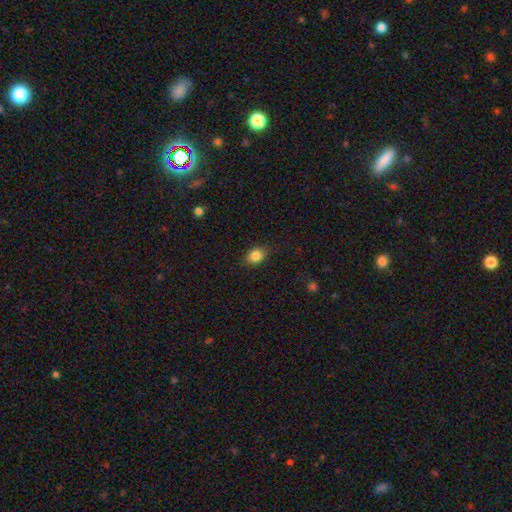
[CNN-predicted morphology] Smooth or featured?
  - smooth: 85% *
  - star or artifact: 9%
  - featured or disk: 5%
How rounded?
  - in between: 62% *
  - round: 37%
  - cigar-shaped: 1%
Merging?
  - none: 82% *
  - minor disturbance: 14%
  - major disturbance: 3%
  - merger: 1%